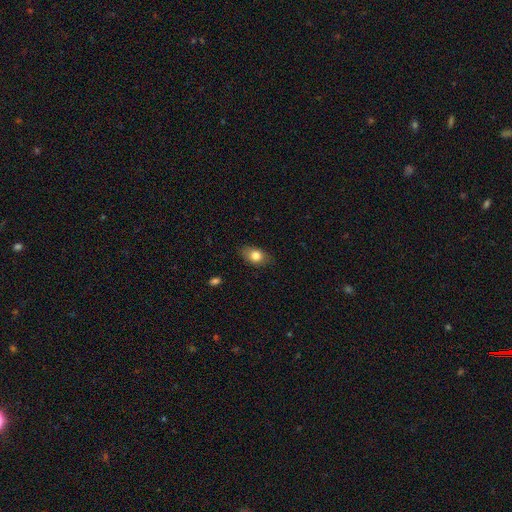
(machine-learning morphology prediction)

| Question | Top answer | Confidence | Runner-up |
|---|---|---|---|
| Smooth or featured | smooth | 81% | featured or disk (11%) |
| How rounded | in between | 76% | round (22%) |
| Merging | none | 80% | minor disturbance (16%) |